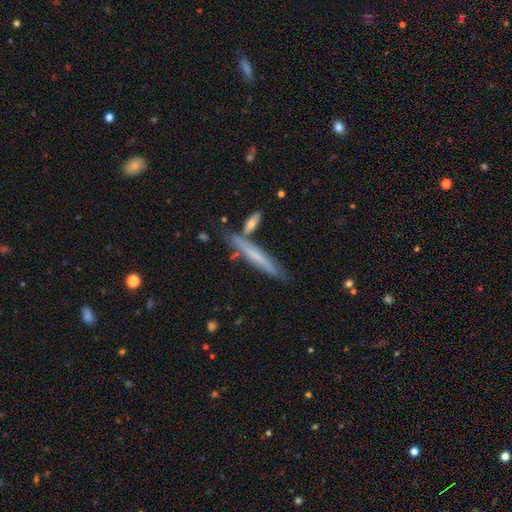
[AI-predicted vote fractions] smooth_or_featured: smooth (p=0.48) [alt: featured or disk p=0.46]
merging: none (p=0.74) [alt: minor disturbance p=0.14]